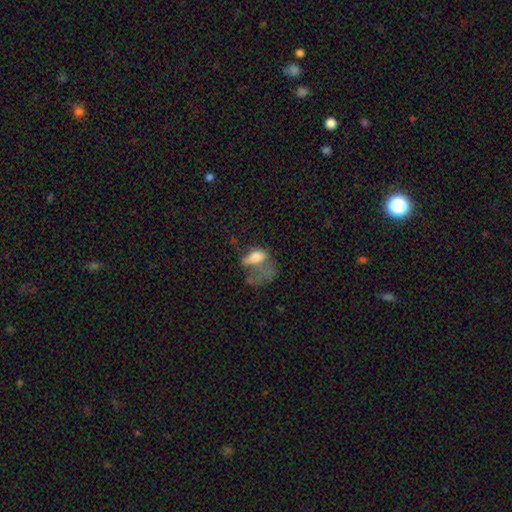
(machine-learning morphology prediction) Q: Smooth or featured?
A: smooth (58%); runner-up: featured or disk (31%)
Q: How rounded?
A: in between (82%); runner-up: round (11%)
Q: Merging?
A: major disturbance (64%); runner-up: merger (12%)